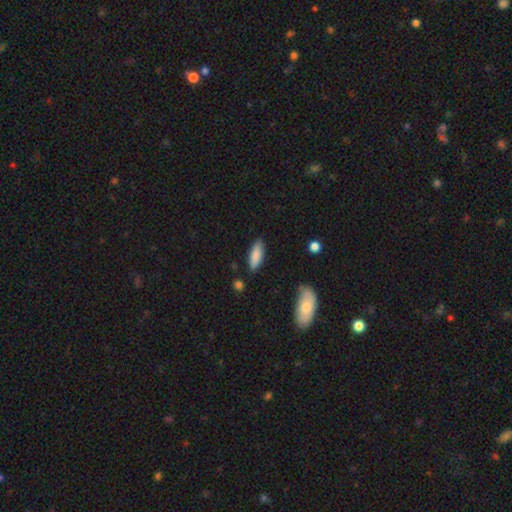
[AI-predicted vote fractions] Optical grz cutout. It shows a smooth galaxy with no disk features (85%) that is in between round and cigar-shaped (62%). Merging: none (83%).